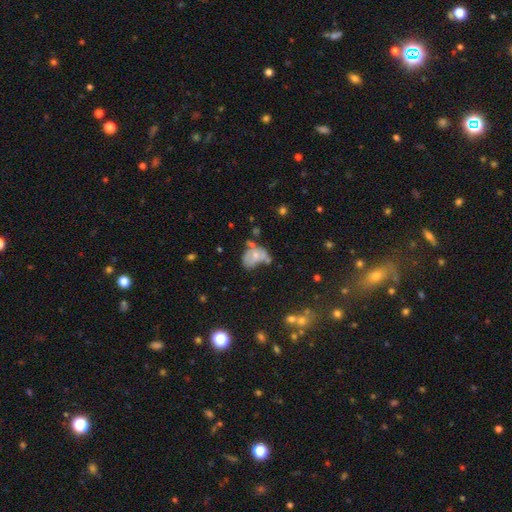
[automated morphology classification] Smooth or featured? smooth (50%)
How rounded? in between (71%)
Merging? minor disturbance (27%)